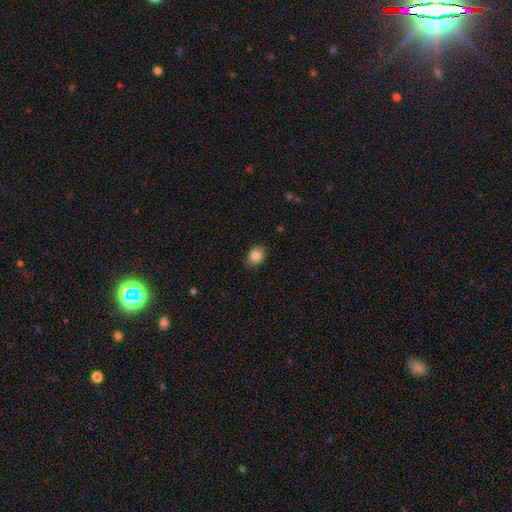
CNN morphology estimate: A smooth galaxy with no disk features (85%) that is in between round and cigar-shaped (62%). Merging: none (84%).